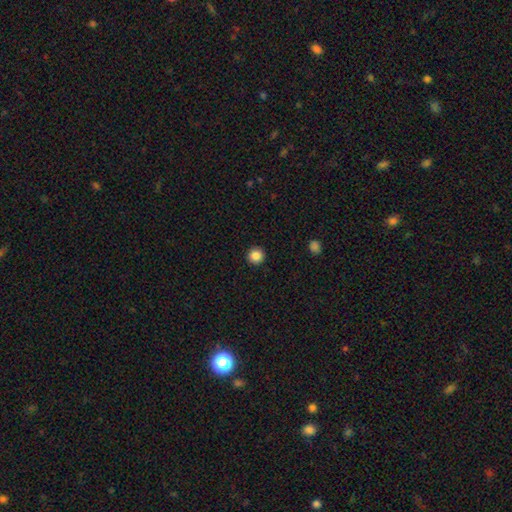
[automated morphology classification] Q: Smooth or featured?
A: smooth (86%); runner-up: star or artifact (10%)
Q: How rounded?
A: round (96%); runner-up: in between (3%)
Q: Merging?
A: none (93%); runner-up: minor disturbance (4%)